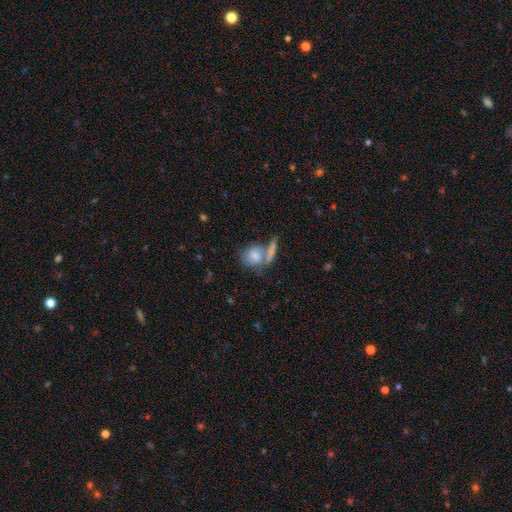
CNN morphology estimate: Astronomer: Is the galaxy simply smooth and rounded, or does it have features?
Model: smooth — 67%.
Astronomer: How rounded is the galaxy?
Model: round — 51% (runner-up: in between, 44%).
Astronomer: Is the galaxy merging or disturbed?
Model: merger — 42% (runner-up: none, 37%).